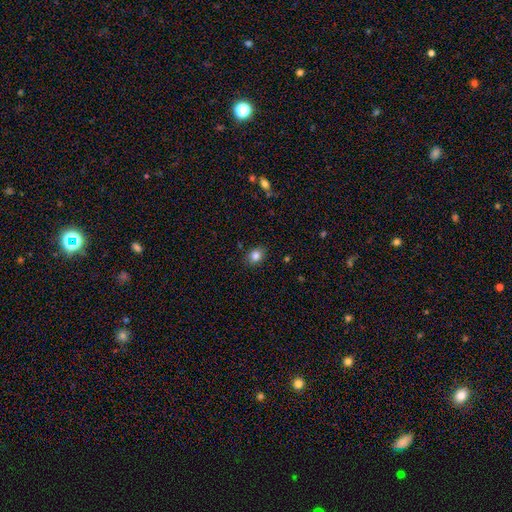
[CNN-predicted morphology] smooth_or_featured: smooth (p=0.85) [alt: star or artifact p=0.10]
how_rounded: in between (p=0.53) [alt: round p=0.46]
merging: none (p=0.86) [alt: minor disturbance p=0.10]